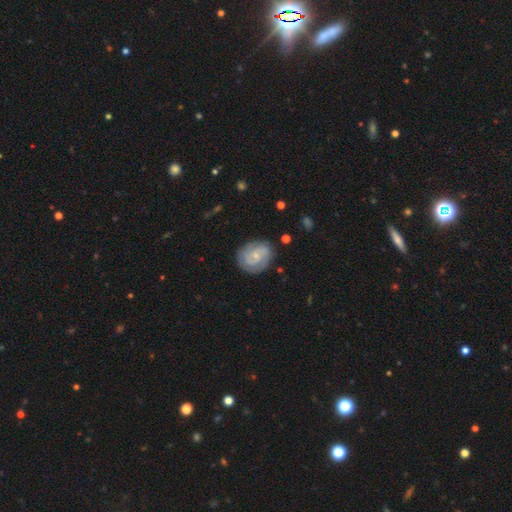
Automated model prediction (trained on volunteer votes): smooth-or-featured: featured or disk: 79% | smooth: 15% | star or artifact: 6%
  disk-edge-on: no: 98% | yes: 2%
    bar: no: 60% | weak: 35% | strong: 5%
    has-spiral-arms: yes: 95% | no: 5%
      spiral-winding: tight: 54% | medium: 37% | loose: 9%
      spiral-arm-count: 2: 55% | 3: 18% | can't tell: 17% | 4: 4% | 1: 4% | more than 4: 3%
    bulge-size: small: 74% | moderate: 19% | none: 6% | large: 1% | dominant: 1%
  merging: none: 79% | minor disturbance: 15% | major disturbance: 4% | merger: 1%